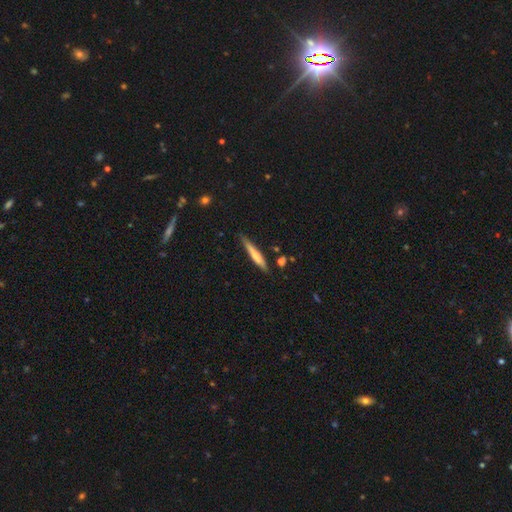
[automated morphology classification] This appears to be a smooth galaxy with no disk features (60%) that is cigar-shaped (93%). Merging: none (78%).